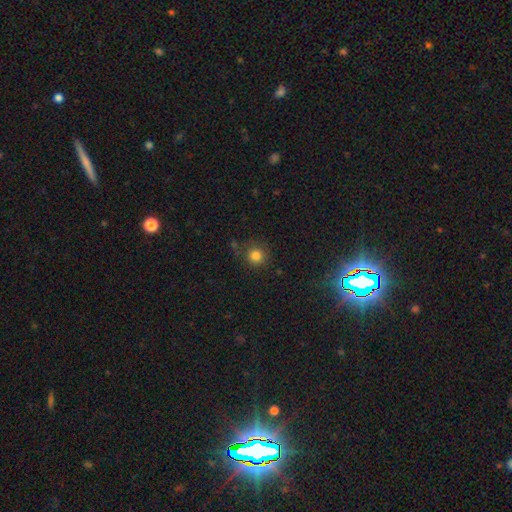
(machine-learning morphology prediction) This appears to be a smooth galaxy with no disk features (81%) that is round (91%). Merging: none (80%).